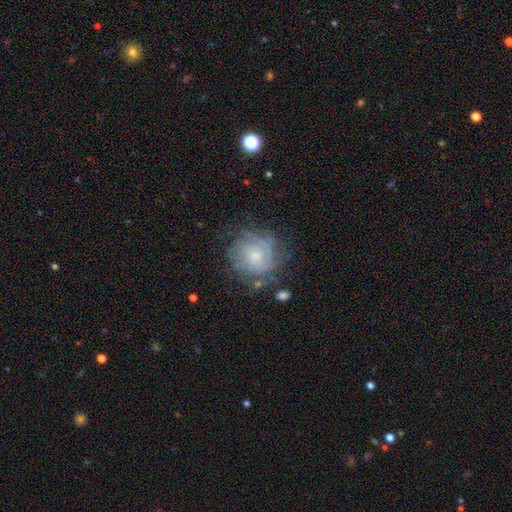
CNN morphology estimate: A featured or disk galaxy (63%) with no bar (76%), spiral arms (81%) and a small central bulge (59%). Merging: none (64%).